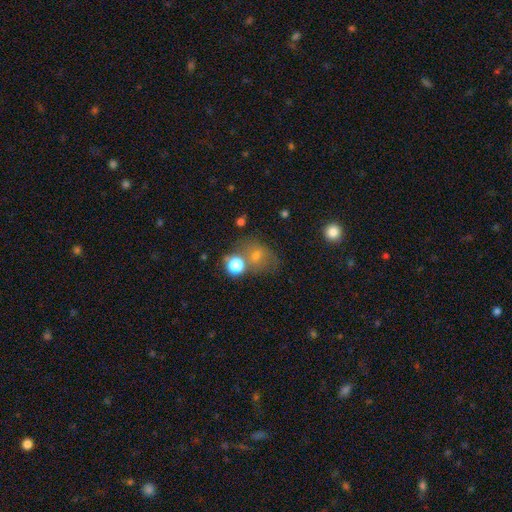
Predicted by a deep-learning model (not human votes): Morphology: type=smooth (61%); roundness=round (56%); merging=none (49%).